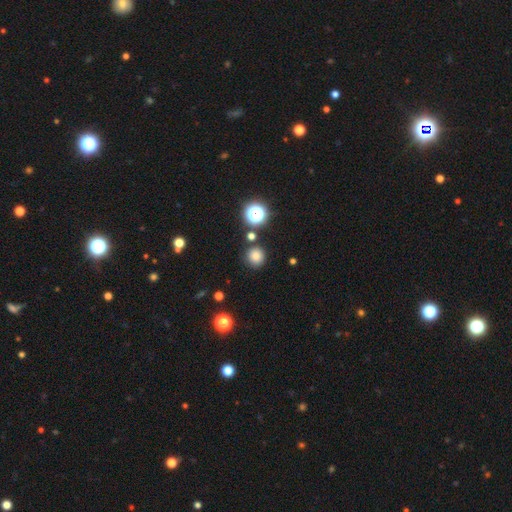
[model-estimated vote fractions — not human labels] smooth-or-featured: smooth: 79% | star or artifact: 16% | featured or disk: 5%
  how-rounded: round: 93% | in between: 6% | cigar-shaped: 1%
  merging: none: 85% | minor disturbance: 8% | merger: 5% | major disturbance: 3%